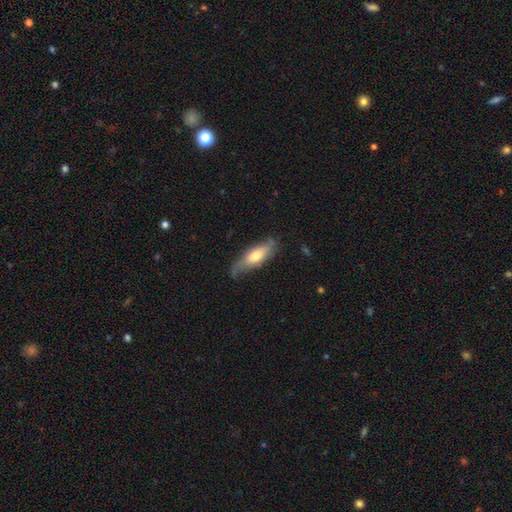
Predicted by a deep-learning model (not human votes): smooth 56%, featured or disk 38%, star or artifact 6%. Down the decision tree: how rounded — in between (53%); merging — none (59%).